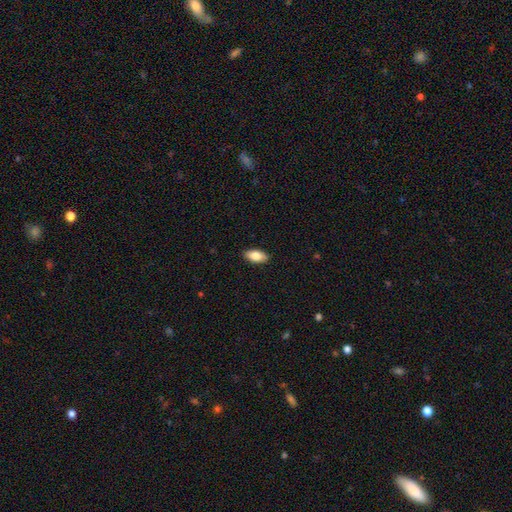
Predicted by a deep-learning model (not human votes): Q: Smooth or featured?
A: smooth (83%); runner-up: featured or disk (11%)
Q: How rounded?
A: in between (90%); runner-up: cigar-shaped (7%)
Q: Merging?
A: none (89%); runner-up: minor disturbance (8%)